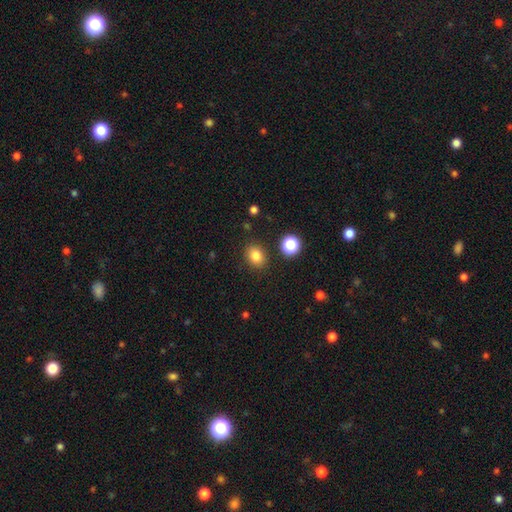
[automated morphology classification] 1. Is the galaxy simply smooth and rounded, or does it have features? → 82% smooth, 12% star or artifact, 6% featured or disk.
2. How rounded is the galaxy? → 52% round, 47% in between, 1% cigar-shaped.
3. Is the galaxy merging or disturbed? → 86% none, 9% minor disturbance, 3% major disturbance, 3% merger.